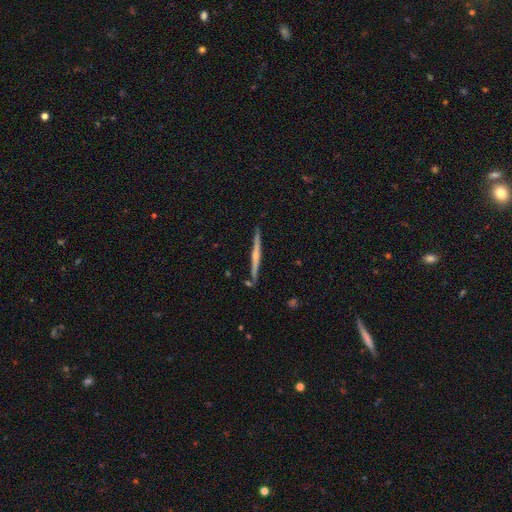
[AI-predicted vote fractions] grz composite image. It shows a featured or disk galaxy (71%) viewed edge-on (98%) with a rounded central bulge (65%). Merging: none (89%).